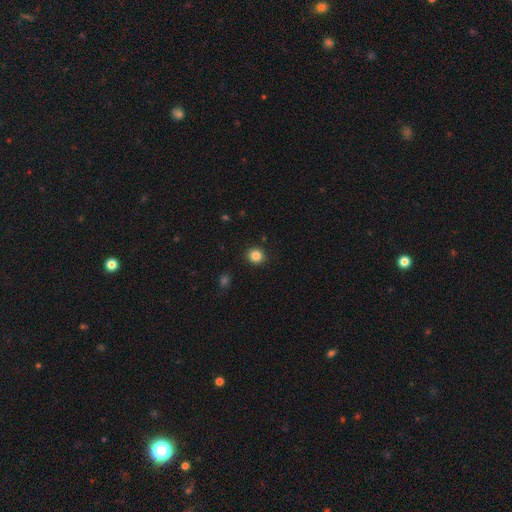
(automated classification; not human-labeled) The model was most divided on "smooth or featured": smooth: 85%, star or artifact: 11%, featured or disk: 4%. More confident: merging — none (91%); how rounded — round (89%).